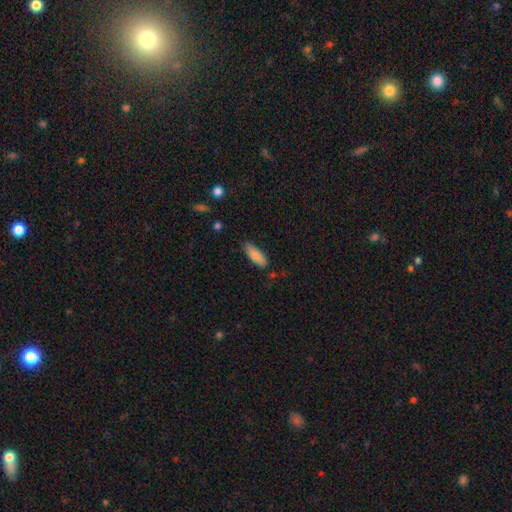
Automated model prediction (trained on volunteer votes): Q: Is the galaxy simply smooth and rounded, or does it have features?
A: smooth — 84%.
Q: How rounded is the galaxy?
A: in between — 58%.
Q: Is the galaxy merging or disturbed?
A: none — 76%.